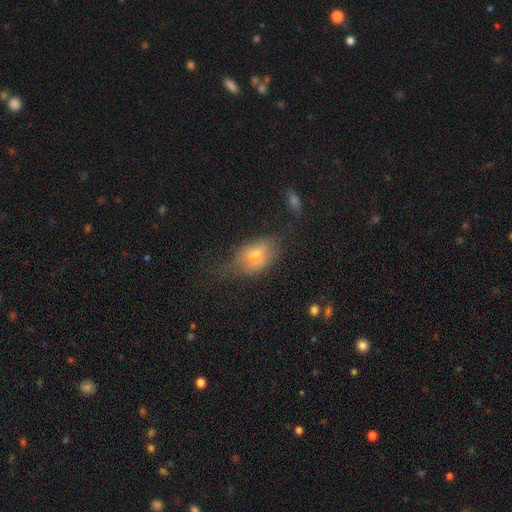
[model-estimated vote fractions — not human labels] A smooth galaxy with no disk features (64%) that is in between round and cigar-shaped (81%).

Vote fractions:
- Smooth or featured? smooth: 64% / featured or disk: 26% / star or artifact: 10%
- How rounded? in between: 81% / round: 15% / cigar-shaped: 4%
- Merging? none: 46% / minor disturbance: 30% / major disturbance: 21% / merger: 3%